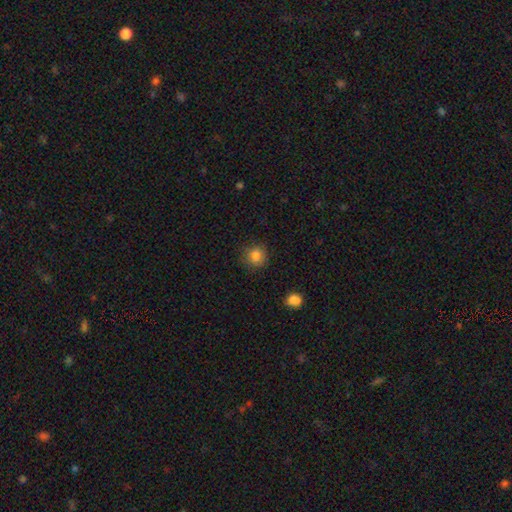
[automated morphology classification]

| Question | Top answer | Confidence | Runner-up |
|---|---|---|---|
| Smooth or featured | smooth | 84% | star or artifact (11%) |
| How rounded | round | 90% | in between (9%) |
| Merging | none | 86% | minor disturbance (10%) |